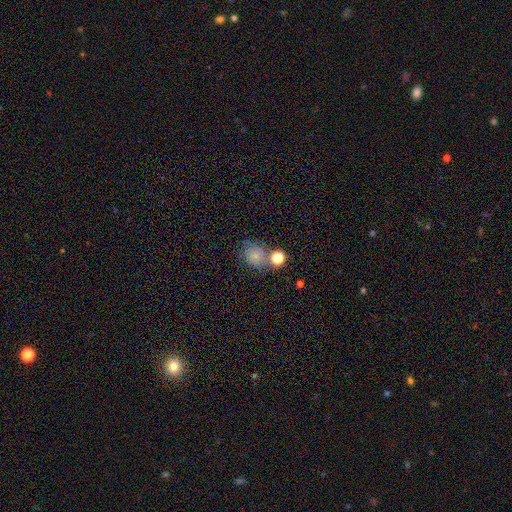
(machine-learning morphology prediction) smooth-or-featured: smooth: 69% | featured or disk: 16% | star or artifact: 15%
  how-rounded: round: 69% | in between: 30% | cigar-shaped: 1%
  merging: none: 53% | merger: 22% | minor disturbance: 17% | major disturbance: 8%